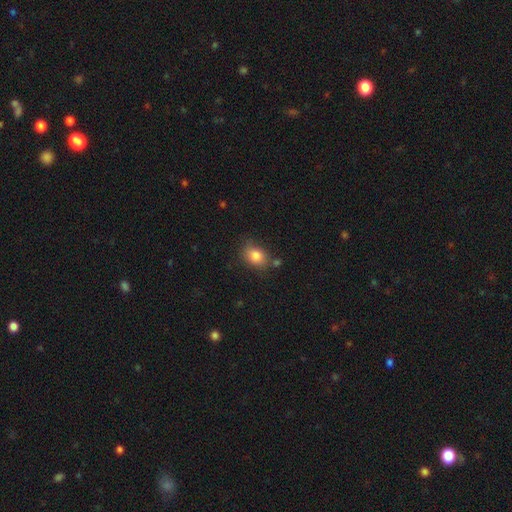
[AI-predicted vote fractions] A smooth galaxy with no disk features (83%) that is in between round and cigar-shaped (61%). Merging: none (69%).